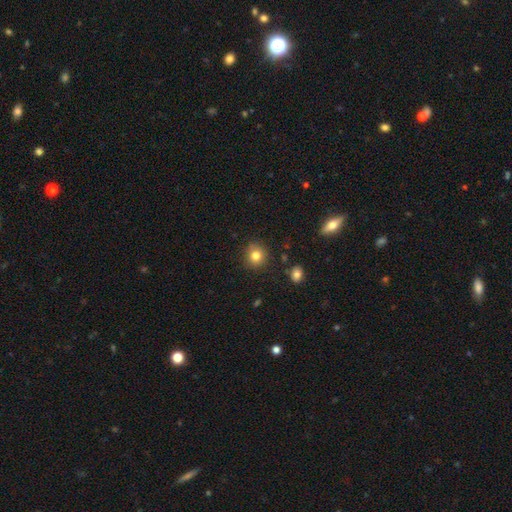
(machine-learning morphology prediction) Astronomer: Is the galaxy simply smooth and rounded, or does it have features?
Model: smooth — 82%.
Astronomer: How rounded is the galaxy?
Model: round — 87%.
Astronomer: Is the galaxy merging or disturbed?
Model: none — 87%.